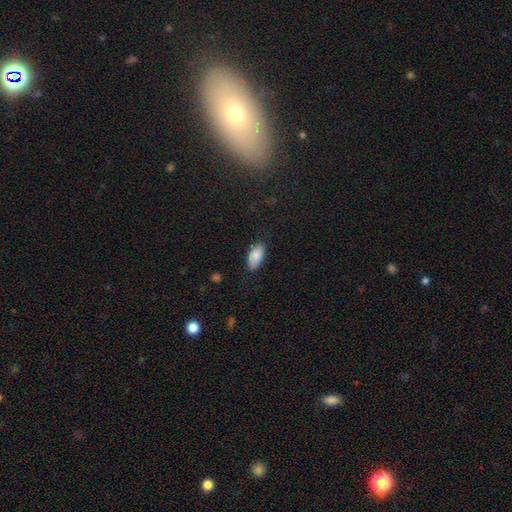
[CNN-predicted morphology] This appears to be a smooth galaxy with no disk features (85%) that is in between round and cigar-shaped (93%). Merging: none (81%).